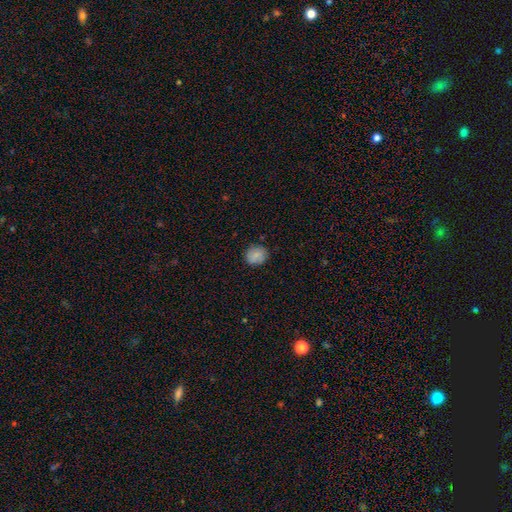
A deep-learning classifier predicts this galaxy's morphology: This is clearly a smooth galaxy (82%). How rounded: likely round (78%). Merging: clearly none (83%).